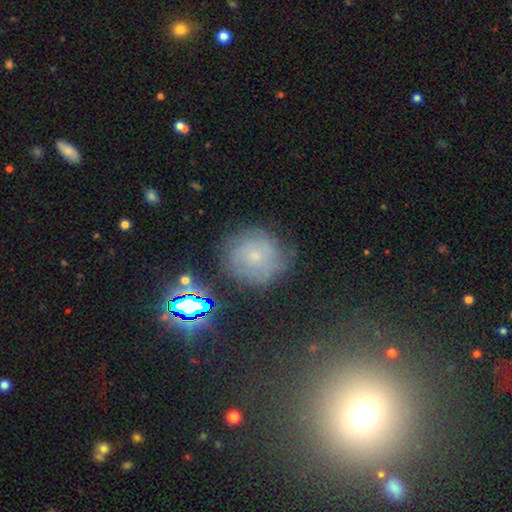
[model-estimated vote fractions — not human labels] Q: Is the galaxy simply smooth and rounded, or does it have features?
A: featured or disk — 43%.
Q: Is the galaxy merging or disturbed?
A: none — 70%.